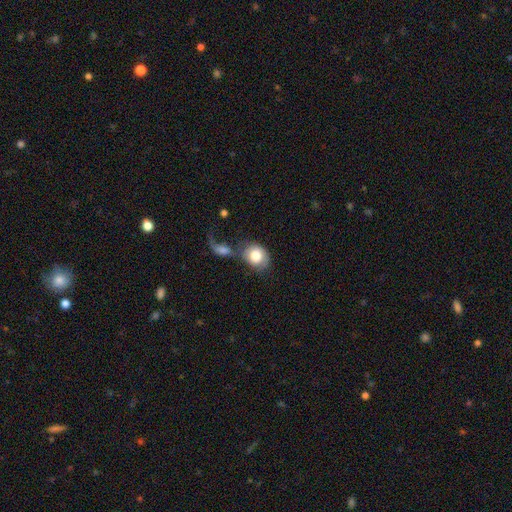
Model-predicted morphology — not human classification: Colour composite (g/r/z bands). It shows a smooth galaxy with no disk features (69%) that is round (58%). Merging: merger (40%).